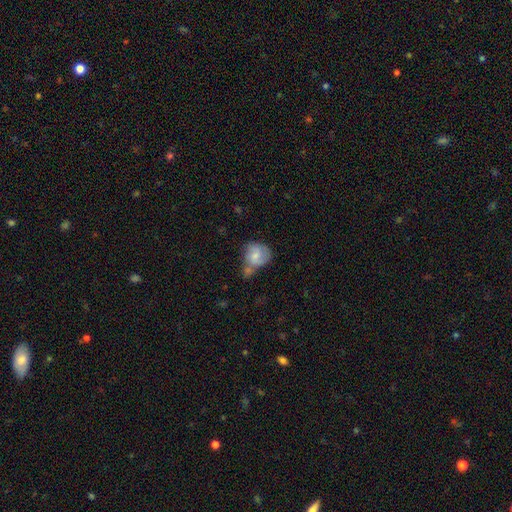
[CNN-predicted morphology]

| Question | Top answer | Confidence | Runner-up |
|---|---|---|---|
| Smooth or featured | smooth | 58% | featured or disk (35%) |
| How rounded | round | 65% | in between (34%) |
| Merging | none | 34% | merger (33%) |